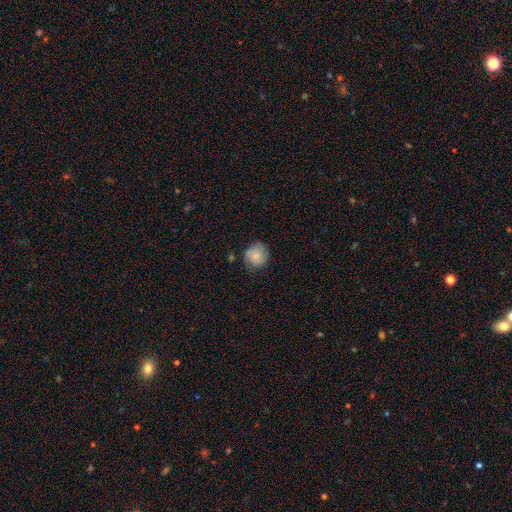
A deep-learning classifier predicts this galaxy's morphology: Overall: smooth (63%; featured or disk 29%). How rounded: round (84%). Merging: none (74%).